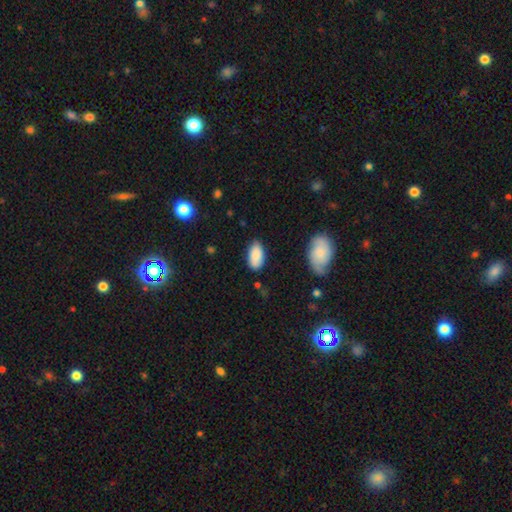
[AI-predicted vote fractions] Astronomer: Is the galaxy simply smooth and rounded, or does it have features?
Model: smooth — 88%.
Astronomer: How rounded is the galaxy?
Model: in between — 94%.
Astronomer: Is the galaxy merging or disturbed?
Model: none — 78%.